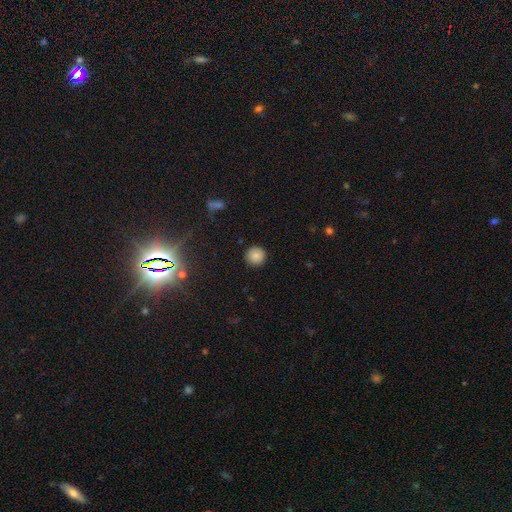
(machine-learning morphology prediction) type=smooth (86%); roundness=round (94%); merging=none (90%).